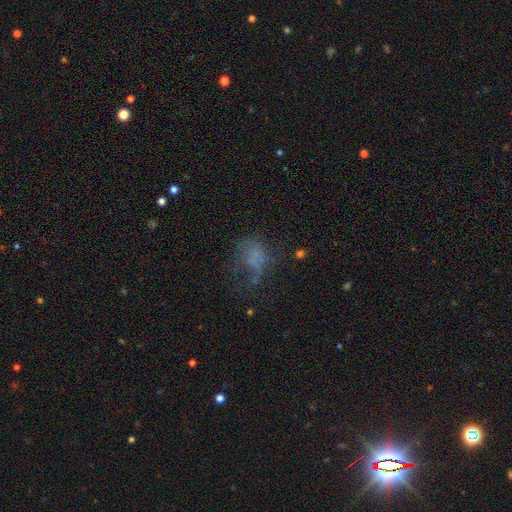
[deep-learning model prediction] Smooth or featured?
  - smooth: 43% *
  - featured or disk: 33%
  - star or artifact: 24%
Merging?
  - major disturbance: 39% *
  - none: 36%
  - minor disturbance: 20%
  - merger: 5%